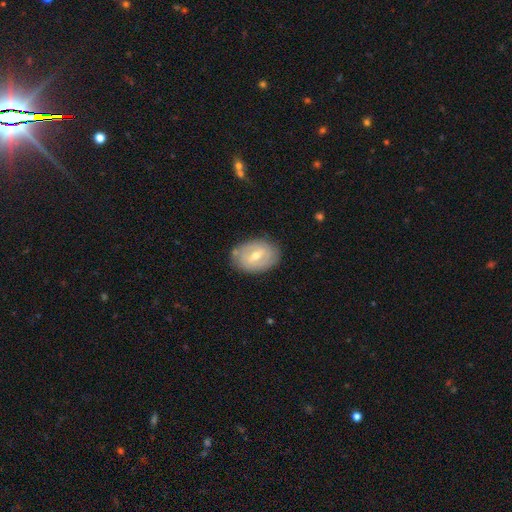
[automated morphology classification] Smooth or featured?
  - featured or disk: 56% *
  - smooth: 37%
  - star or artifact: 7%
Edge-on disk?
  - no: 93% *
  - yes: 7%
Bar?
  - weak: 55% *
  - strong: 25%
  - no: 21%
Spiral arms?
  - no: 51% *
  - yes: 49%
Bulge size?
  - moderate: 59% *
  - small: 36%
  - large: 2%
  - none: 1%
  - dominant: 1%
Merging?
  - none: 79% *
  - minor disturbance: 15%
  - major disturbance: 4%
  - merger: 2%